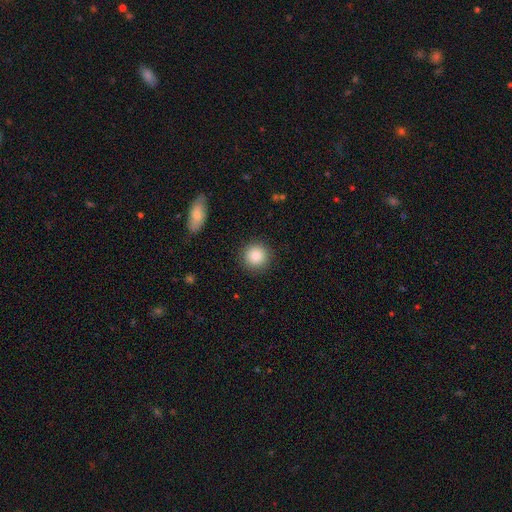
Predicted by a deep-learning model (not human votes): This appears to be a smooth galaxy with no disk features (88%) that is round (94%). Merging: none (90%).